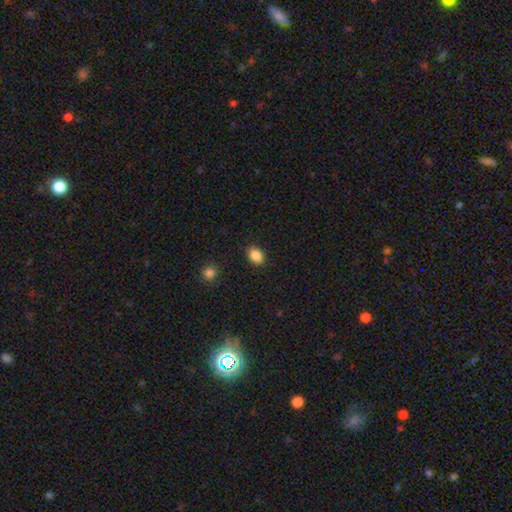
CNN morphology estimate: Smooth or featured: smooth — 87% (star or artifact — 9%)
How rounded: in between — 73% (round — 26%)
Merging: none — 88% (minor disturbance — 8%)